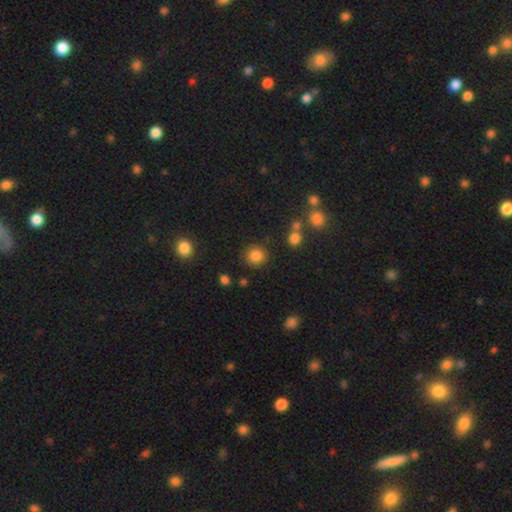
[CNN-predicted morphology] smooth-or-featured: smooth: 84% | star or artifact: 11% | featured or disk: 5%
  how-rounded: round: 89% | in between: 10% | cigar-shaped: 1%
  merging: none: 86% | minor disturbance: 8% | merger: 3% | major disturbance: 3%